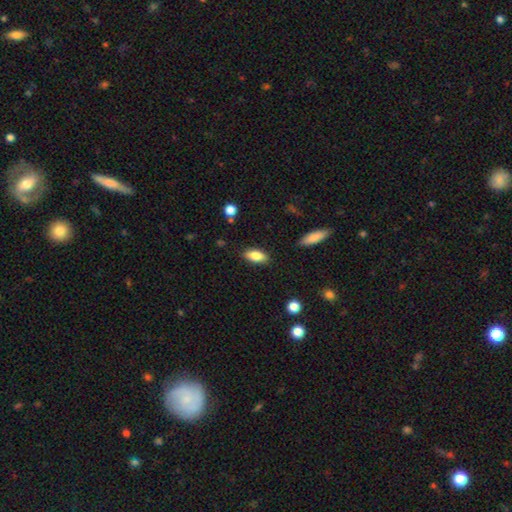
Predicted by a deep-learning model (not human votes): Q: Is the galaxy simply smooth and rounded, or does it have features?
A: smooth — 80%.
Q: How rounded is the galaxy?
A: in between — 86%.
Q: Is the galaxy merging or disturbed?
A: none — 86%.